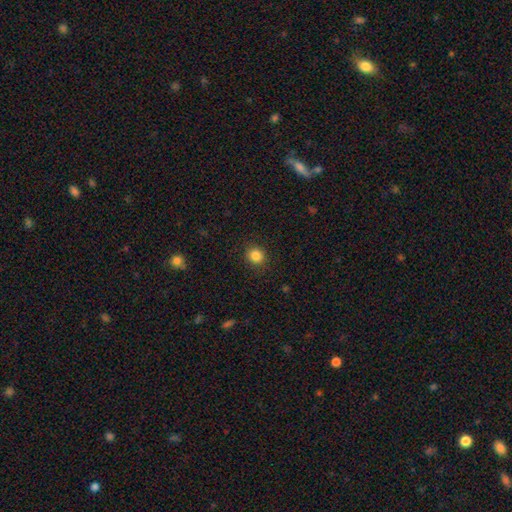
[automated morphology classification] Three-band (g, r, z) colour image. It shows a smooth galaxy with no disk features (85%) that is round (86%). Merging: none (90%).